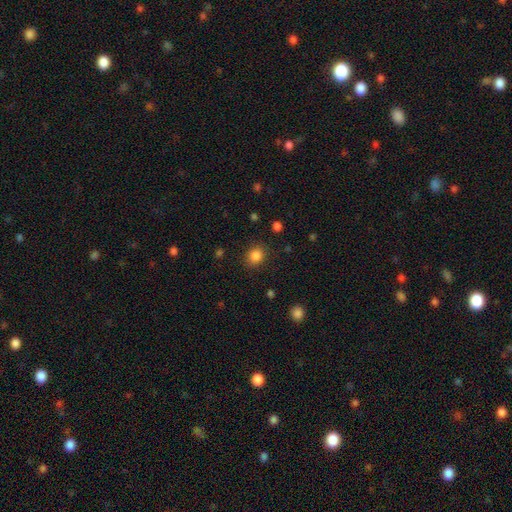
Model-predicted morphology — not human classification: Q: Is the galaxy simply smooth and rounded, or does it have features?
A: smooth — 85%.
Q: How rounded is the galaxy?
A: round — 75%.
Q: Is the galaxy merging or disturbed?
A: none — 87%.